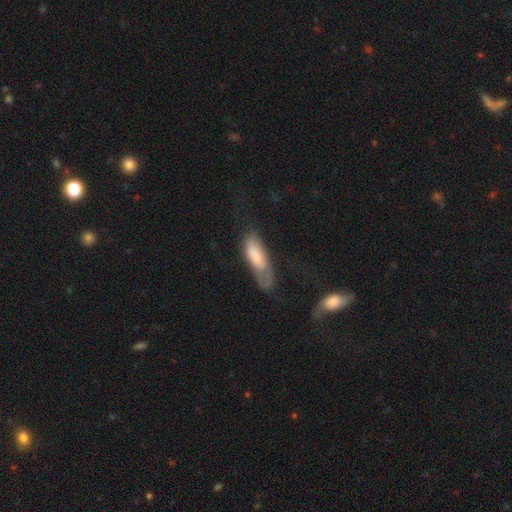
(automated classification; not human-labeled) This appears to be a smooth galaxy with no disk features (70%) that is in between round and cigar-shaped (59%). Merging: none (35%).